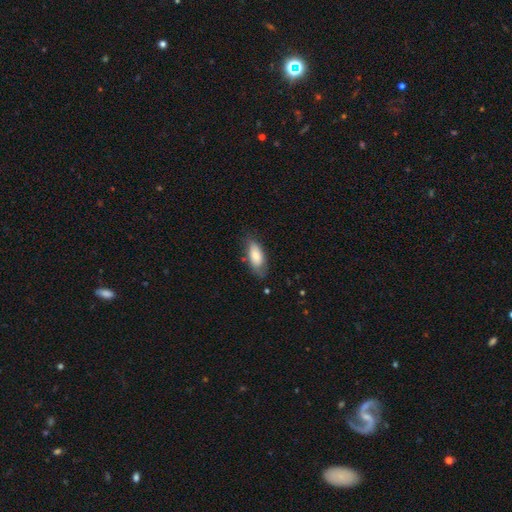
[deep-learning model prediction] This appears to be a smooth galaxy with no disk features (78%) that is in between round and cigar-shaped (85%). Merging: none (66%).